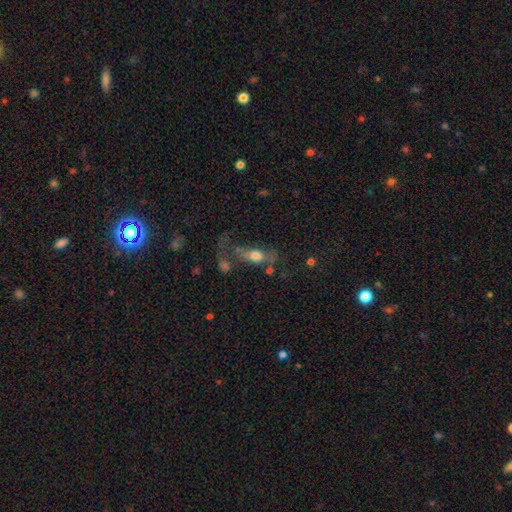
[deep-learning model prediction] The model was most divided on "merging": major disturbance: 35%, none: 29%, minor disturbance: 19%, merger: 17%. More confident: how rounded — in between (71%); smooth or featured — smooth (56%).